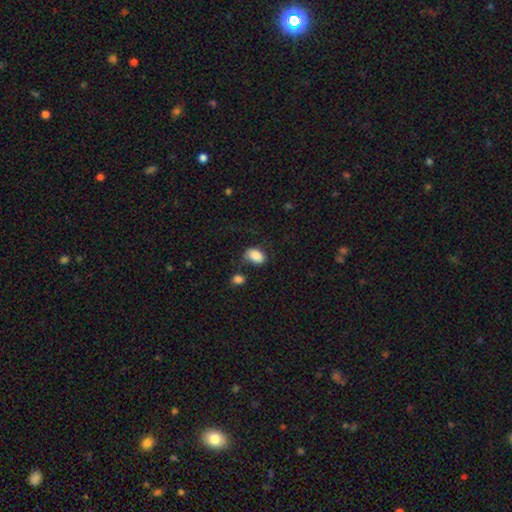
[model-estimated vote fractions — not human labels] Smooth or featured?
  - smooth: 87% *
  - star or artifact: 8%
  - featured or disk: 5%
How rounded?
  - in between: 85% *
  - round: 14%
  - cigar-shaped: 1%
Merging?
  - none: 57% *
  - minor disturbance: 25%
  - major disturbance: 10%
  - merger: 7%